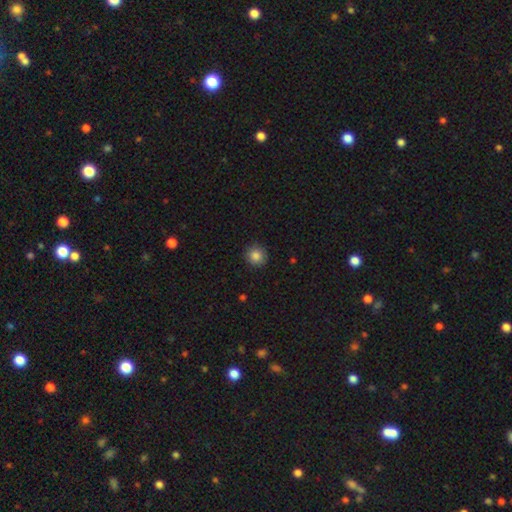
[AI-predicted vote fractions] Smooth or featured? Predicted: smooth (p=0.85). How rounded? Predicted: round (p=0.93). Merging? Predicted: none (p=0.89).